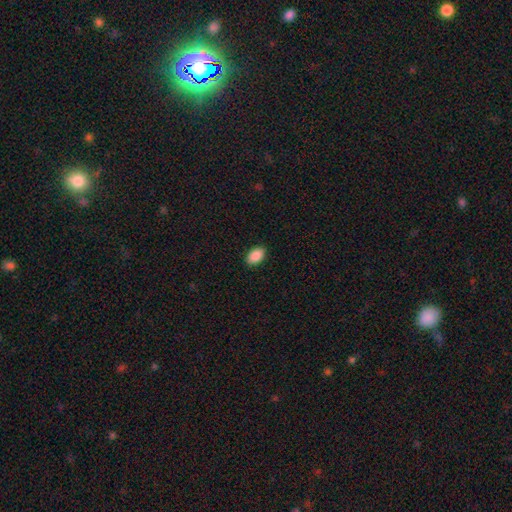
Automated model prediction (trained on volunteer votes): A smooth galaxy with no disk features (90%) that is in between round and cigar-shaped (92%). Merging: none (90%).